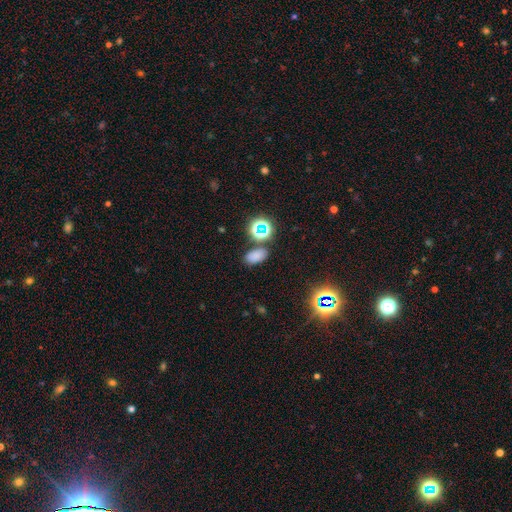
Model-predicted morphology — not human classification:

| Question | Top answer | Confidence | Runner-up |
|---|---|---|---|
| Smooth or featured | smooth | 72% | star or artifact (22%) |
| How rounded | in between | 88% | round (10%) |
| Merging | none | 78% | minor disturbance (11%) |